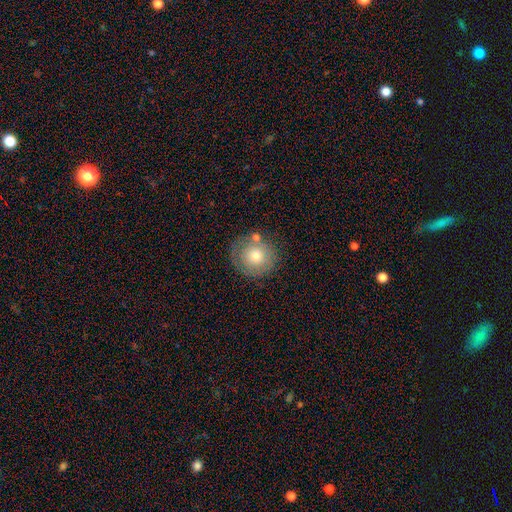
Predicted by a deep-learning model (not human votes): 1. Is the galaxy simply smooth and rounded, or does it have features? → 69% smooth, 22% featured or disk, 9% star or artifact.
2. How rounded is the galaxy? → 92% round, 7% in between, 1% cigar-shaped.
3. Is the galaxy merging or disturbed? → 73% none, 14% minor disturbance, 8% merger, 5% major disturbance.